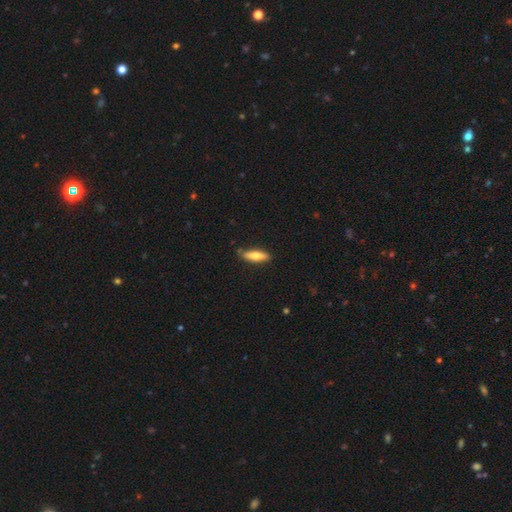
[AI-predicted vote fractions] Smooth or featured? Predicted: smooth (p=0.73). How rounded? Predicted: cigar-shaped (p=0.60). Merging? Predicted: none (p=0.79).